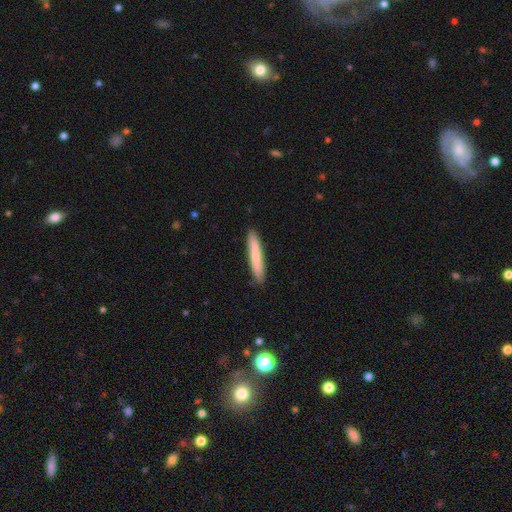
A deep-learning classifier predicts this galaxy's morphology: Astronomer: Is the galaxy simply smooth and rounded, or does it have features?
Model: smooth — 76%.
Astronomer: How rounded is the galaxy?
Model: cigar-shaped — 94%.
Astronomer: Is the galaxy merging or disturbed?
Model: none — 90%.